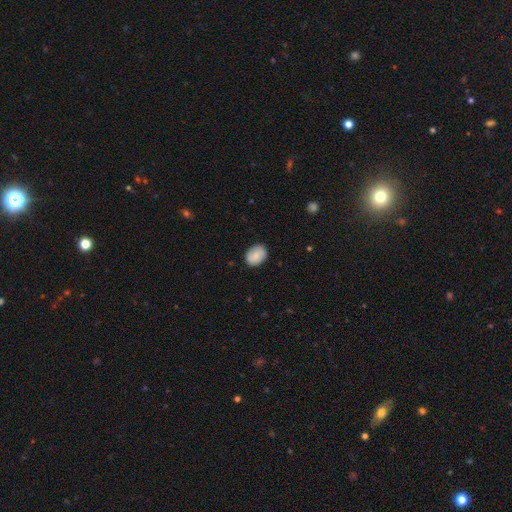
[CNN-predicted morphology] Smooth or featured? Predicted: smooth (p=0.82). How rounded? Predicted: in between (p=0.69). Merging? Predicted: none (p=0.86).